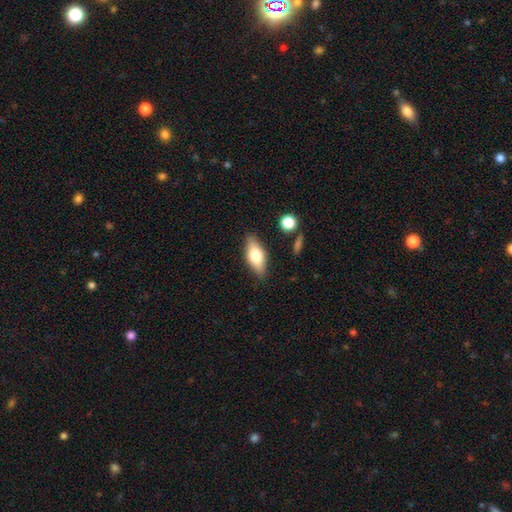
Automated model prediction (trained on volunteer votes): A smooth galaxy with no disk features (67%) that is in between round and cigar-shaped (80%). Merging: none (84%).